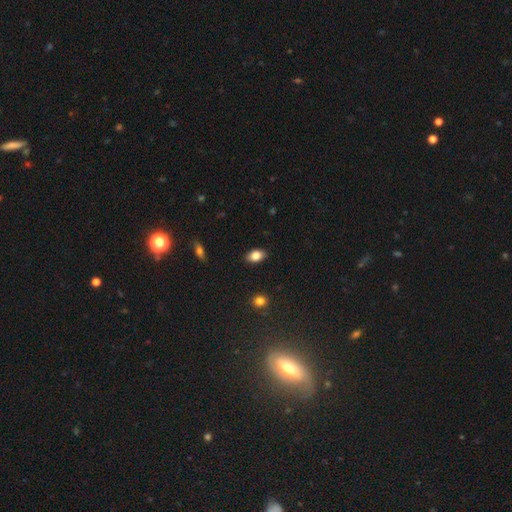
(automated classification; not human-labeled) Smooth or featured? smooth (84%)
How rounded? in between (88%)
Merging? none (88%)